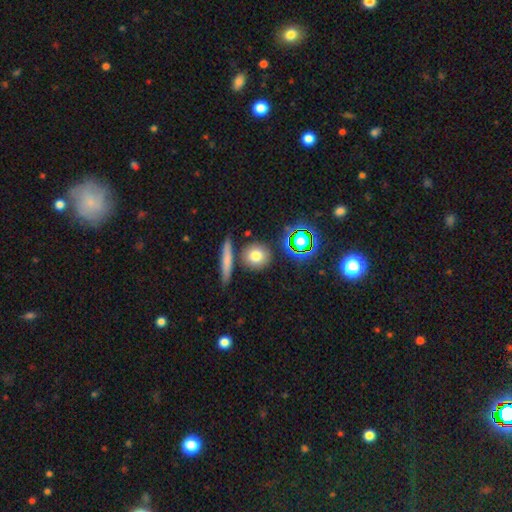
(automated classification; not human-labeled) Smooth or featured? Predicted: smooth (p=0.75). How rounded? Predicted: round (p=0.85). Merging? Predicted: none (p=0.82).